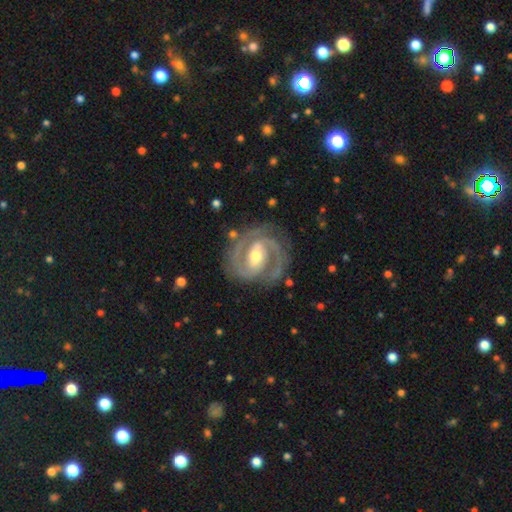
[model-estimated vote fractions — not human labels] This appears to be a featured or disk galaxy (89%) with a strong bar (44%), 2 (83%) tight (50%) spiral arms (97%) and a moderate central bulge (59%). Merging: none (80%).